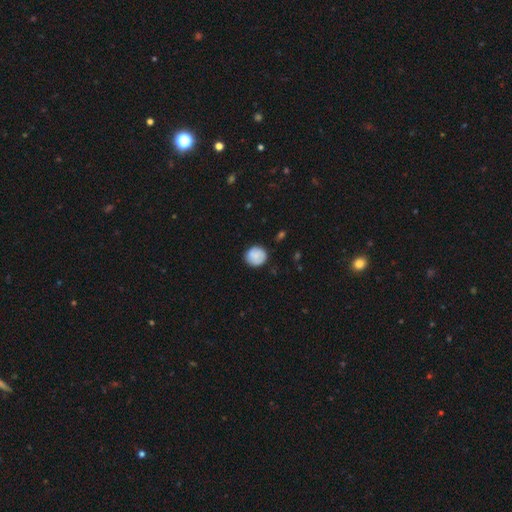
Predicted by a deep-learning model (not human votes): Smooth or featured? Predicted: smooth (p=0.79). How rounded? Predicted: round (p=0.85). Merging? Predicted: none (p=0.80).